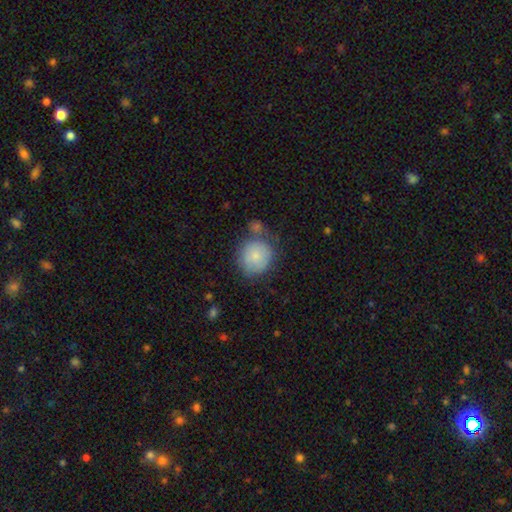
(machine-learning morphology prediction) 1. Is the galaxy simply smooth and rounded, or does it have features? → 82% smooth, 12% featured or disk, 7% star or artifact.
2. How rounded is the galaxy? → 87% round, 12% in between, 1% cigar-shaped.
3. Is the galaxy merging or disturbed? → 59% none, 20% minor disturbance, 14% merger, 7% major disturbance.